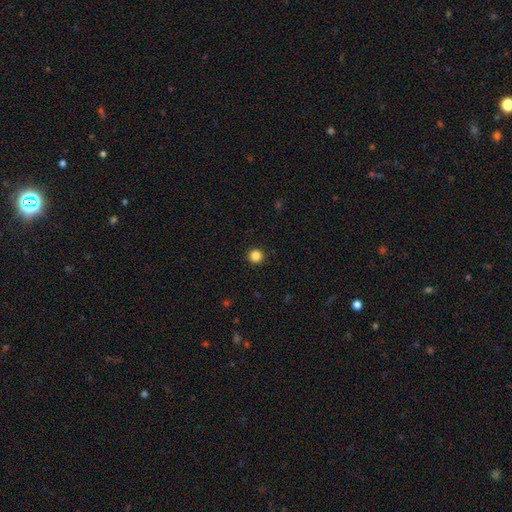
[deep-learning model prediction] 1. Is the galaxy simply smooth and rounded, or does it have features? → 86% smooth, 11% star or artifact, 3% featured or disk.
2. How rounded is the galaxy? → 96% round, 3% in between, 1% cigar-shaped.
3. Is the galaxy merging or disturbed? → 93% none, 4% minor disturbance, 2% major disturbance, 1% merger.